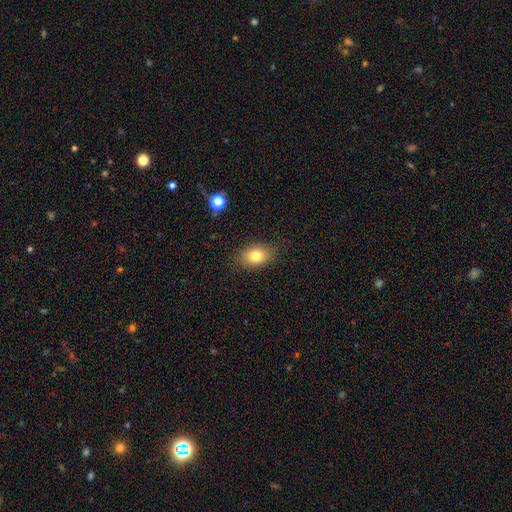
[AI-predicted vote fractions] A smooth galaxy with no disk features (78%) that is in between round and cigar-shaped (74%). Merging: none (84%).